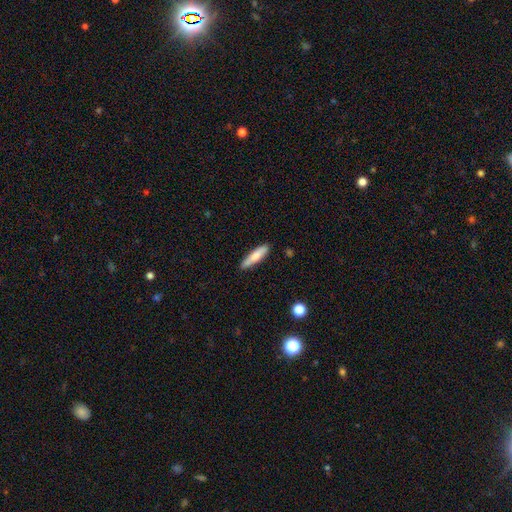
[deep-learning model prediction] This appears to be a smooth galaxy with no disk features (75%) that is cigar-shaped (77%). Merging: none (84%).